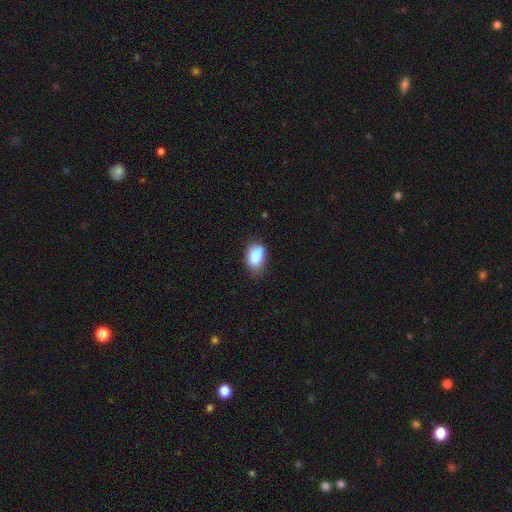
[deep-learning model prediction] Smooth or featured? smooth (85%)
How rounded? in between (86%)
Merging? none (66%)